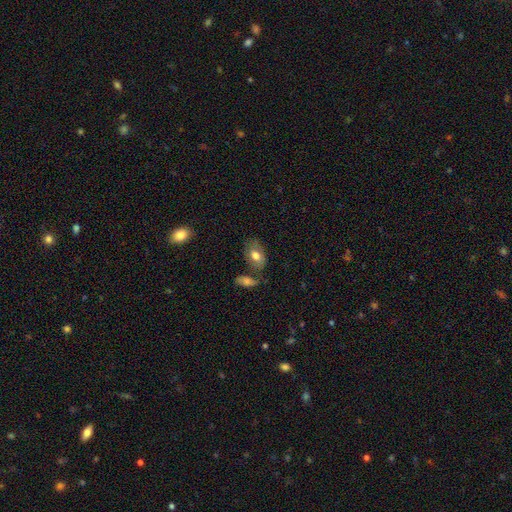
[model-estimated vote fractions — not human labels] Smooth or featured? Predicted: smooth (p=0.71). How rounded? Predicted: in between (p=0.89). Merging? Predicted: none (p=0.60).